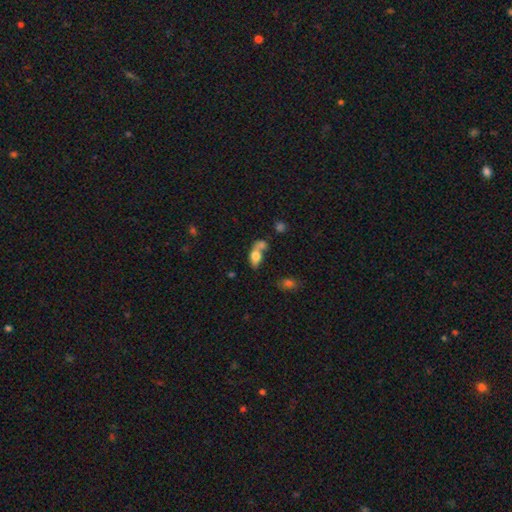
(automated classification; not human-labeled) Smooth or featured?
  - smooth: 71% *
  - featured or disk: 19%
  - star or artifact: 9%
How rounded?
  - in between: 80% *
  - round: 12%
  - cigar-shaped: 8%
Merging?
  - merger: 50% *
  - none: 27%
  - minor disturbance: 12%
  - major disturbance: 11%